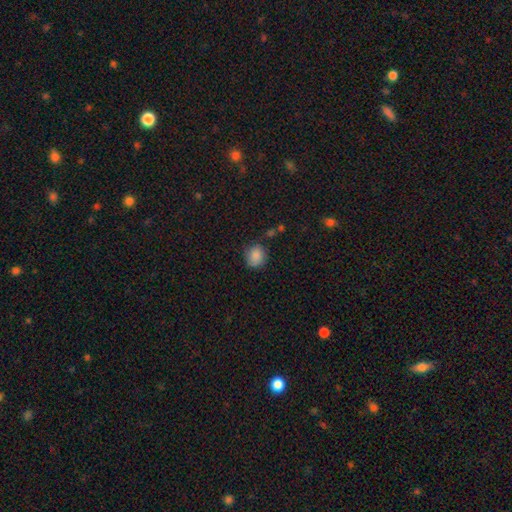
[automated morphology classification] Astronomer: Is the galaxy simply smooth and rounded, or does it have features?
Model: smooth — 86%.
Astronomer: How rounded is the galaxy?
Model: round — 73%.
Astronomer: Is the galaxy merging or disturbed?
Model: none — 75%.